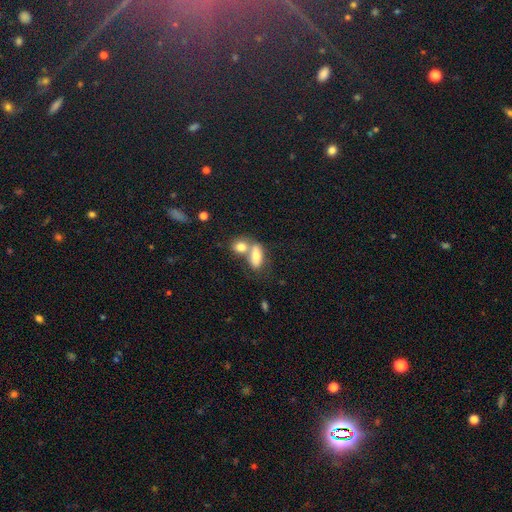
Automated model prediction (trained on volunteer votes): The model was most divided on "merging": merger: 60%, none: 27%, minor disturbance: 8%, major disturbance: 5%. More confident: how rounded — in between (83%); smooth or featured — smooth (73%).